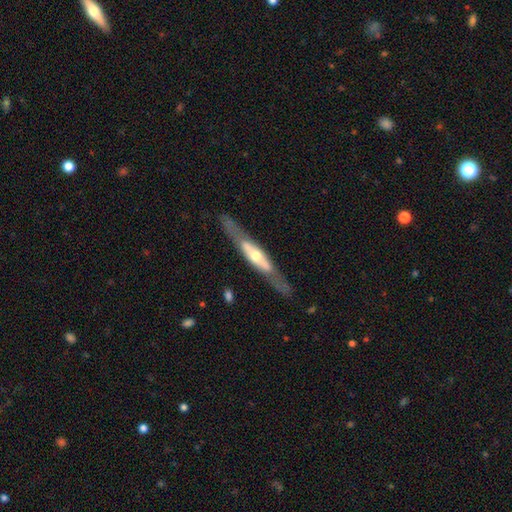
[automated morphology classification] Smooth or featured? featured or disk (68%)
Edge-on disk? yes (72%)
Merging? none (77%)